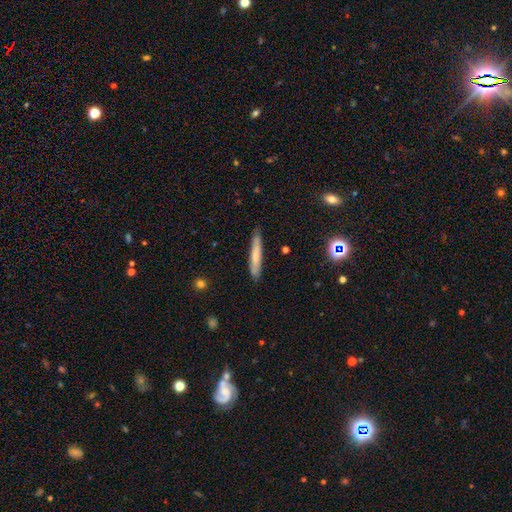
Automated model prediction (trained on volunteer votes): The model was most divided on "smooth or featured": smooth: 64%, featured or disk: 29%, star or artifact: 7%. More confident: how rounded — cigar-shaped (93%); merging — none (80%).